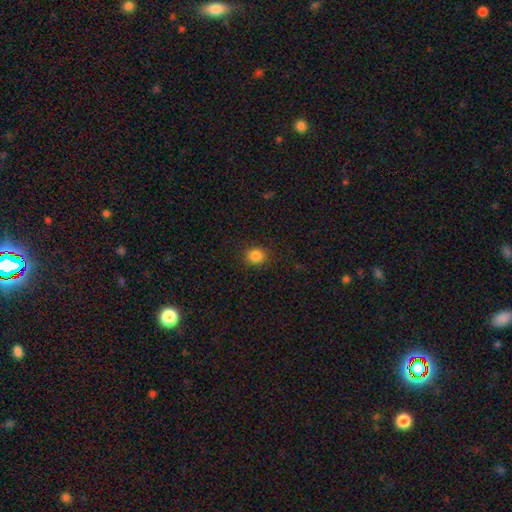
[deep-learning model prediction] Smooth or featured?
  - smooth: 85% *
  - star or artifact: 11%
  - featured or disk: 4%
How rounded?
  - round: 81% *
  - in between: 18%
  - cigar-shaped: 1%
Merging?
  - none: 89% *
  - minor disturbance: 7%
  - major disturbance: 3%
  - merger: 1%